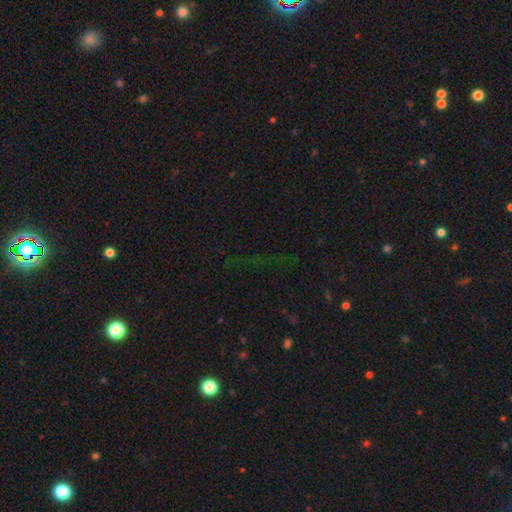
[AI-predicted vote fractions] A star or artifact, not a galaxy (71%).